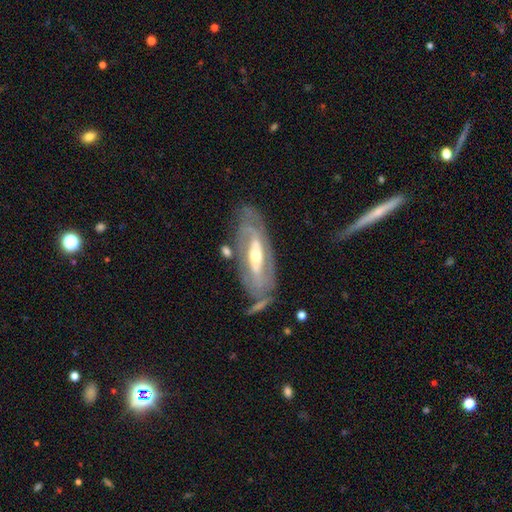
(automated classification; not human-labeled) Q: Smooth or featured?
A: featured or disk (81%); runner-up: smooth (14%)
Q: Edge-on disk?
A: no (85%); runner-up: yes (15%)
Q: Bar?
A: no (37%); runner-up: strong (35%)
Q: Spiral arms?
A: yes (71%); runner-up: no (29%)
Q: Bulge size?
A: moderate (63%); runner-up: small (30%)
Q: Merging?
A: none (67%); runner-up: minor disturbance (18%)